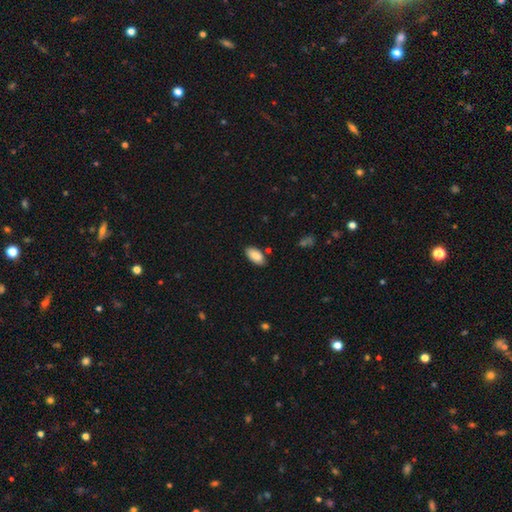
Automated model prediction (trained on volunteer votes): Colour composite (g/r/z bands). It shows a smooth galaxy with no disk features (86%) that is in between round and cigar-shaped (93%). Merging: none (83%).